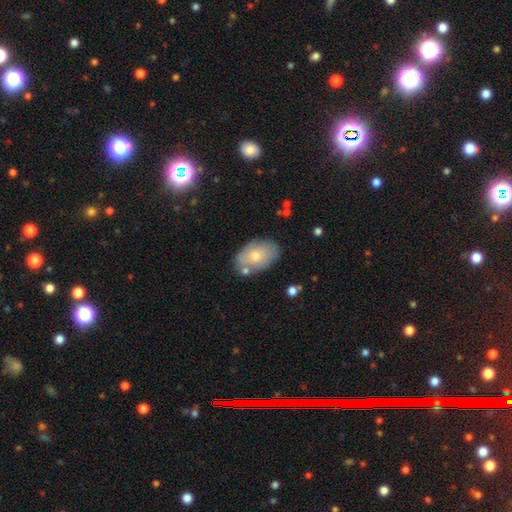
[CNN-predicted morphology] This appears to be a smooth galaxy with no disk features (68%) that is in between round and cigar-shaped (90%). Merging: none (73%).